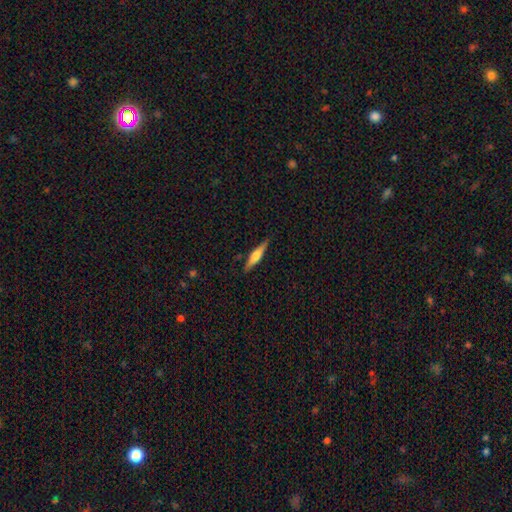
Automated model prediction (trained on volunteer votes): This is possibly a featured or disk galaxy (49%). Merging: clearly none (87%).